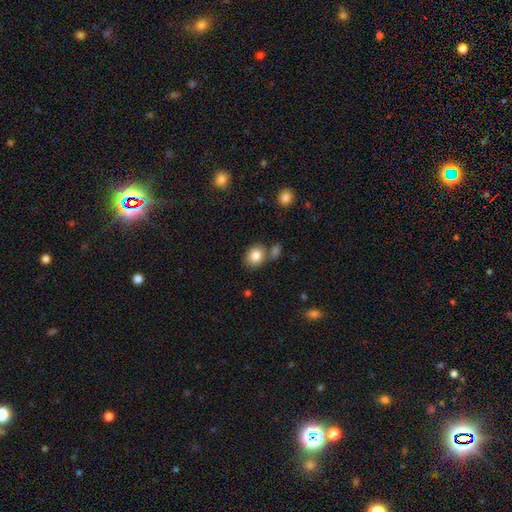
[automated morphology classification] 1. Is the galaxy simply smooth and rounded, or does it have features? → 83% smooth, 9% star or artifact, 8% featured or disk.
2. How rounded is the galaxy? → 56% round, 43% in between, 1% cigar-shaped.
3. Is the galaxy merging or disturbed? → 67% none, 17% merger, 12% minor disturbance, 4% major disturbance.